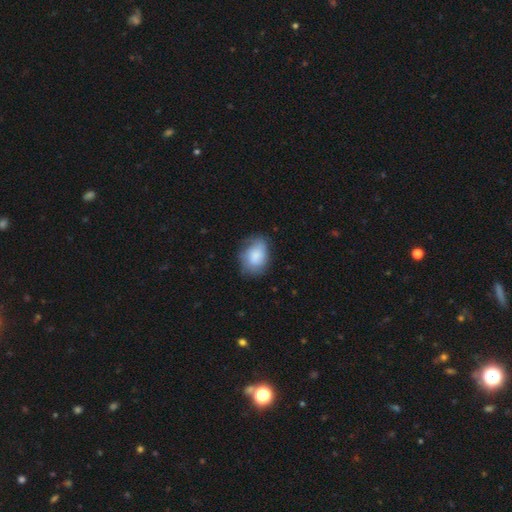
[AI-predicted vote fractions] A smooth galaxy with no disk features (79%) that is in between round and cigar-shaped (73%).

Vote fractions:
- Smooth or featured? smooth: 79% / featured or disk: 15% / star or artifact: 7%
- How rounded? in between: 73% / round: 26% / cigar-shaped: 1%
- Merging? none: 67% / minor disturbance: 25% / major disturbance: 7% / merger: 1%